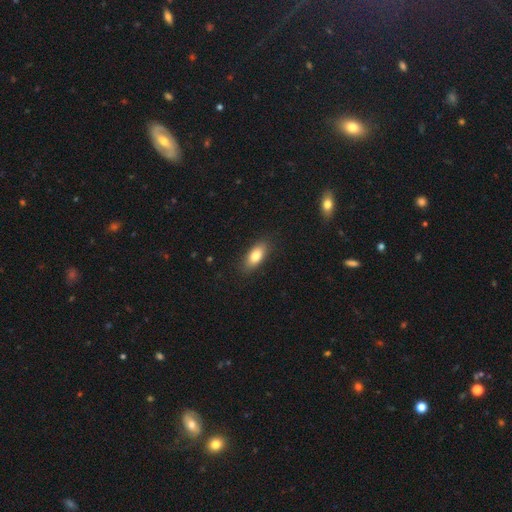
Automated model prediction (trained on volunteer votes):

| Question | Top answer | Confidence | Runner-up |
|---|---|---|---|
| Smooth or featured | smooth | 81% | featured or disk (12%) |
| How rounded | in between | 85% | cigar-shaped (11%) |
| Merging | none | 86% | minor disturbance (11%) |